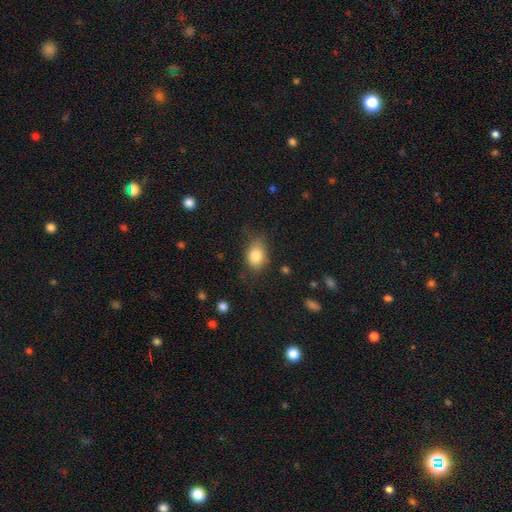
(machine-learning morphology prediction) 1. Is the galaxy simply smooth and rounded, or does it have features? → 81% smooth, 10% featured or disk, 9% star or artifact.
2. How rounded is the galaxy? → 73% in between, 26% round, 2% cigar-shaped.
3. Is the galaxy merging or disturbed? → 62% none, 28% minor disturbance, 9% major disturbance, 2% merger.